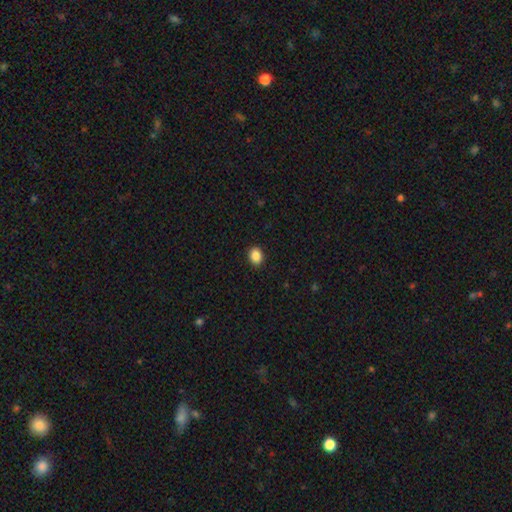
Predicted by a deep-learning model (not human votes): The model was most divided on "how rounded": in between: 59%, round: 40%, cigar-shaped: 1%. More confident: merging — none (91%); smooth or featured — smooth (88%).